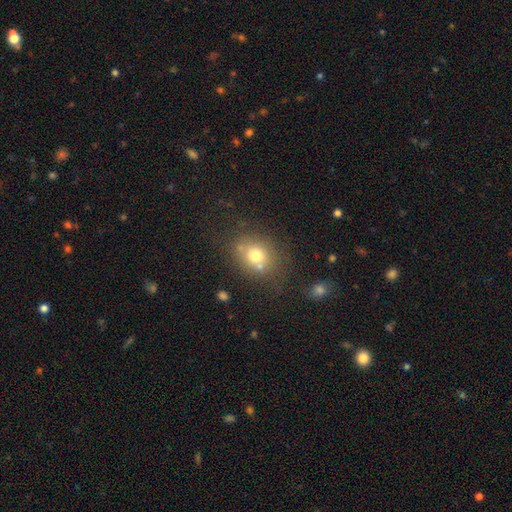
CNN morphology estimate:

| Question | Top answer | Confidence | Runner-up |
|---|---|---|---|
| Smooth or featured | smooth | 71% | featured or disk (16%) |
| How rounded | round | 61% | in between (38%) |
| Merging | none | 64% | minor disturbance (16%) |